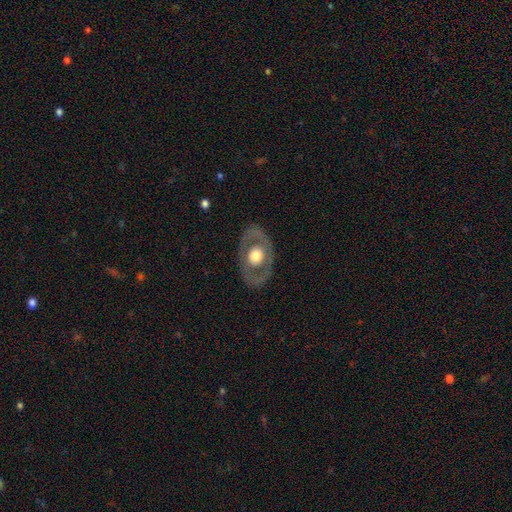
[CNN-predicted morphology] Q: Smooth or featured?
A: featured or disk (56%); runner-up: smooth (39%)
Q: Edge-on disk?
A: no (89%); runner-up: yes (11%)
Q: Merging?
A: none (82%); runner-up: minor disturbance (11%)